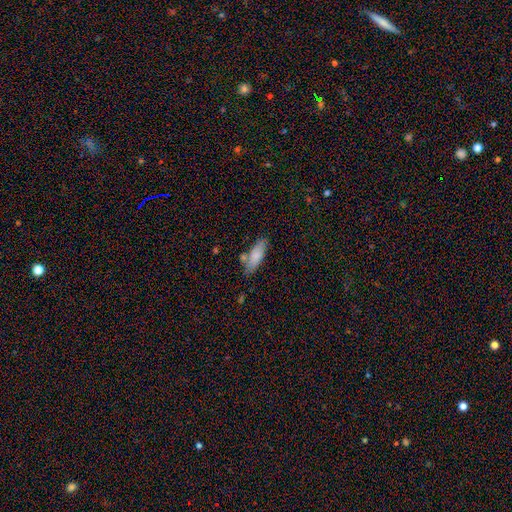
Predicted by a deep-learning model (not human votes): Q: Smooth or featured?
A: smooth (81%); runner-up: featured or disk (13%)
Q: How rounded?
A: in between (68%); runner-up: cigar-shaped (30%)
Q: Merging?
A: none (68%); runner-up: minor disturbance (18%)